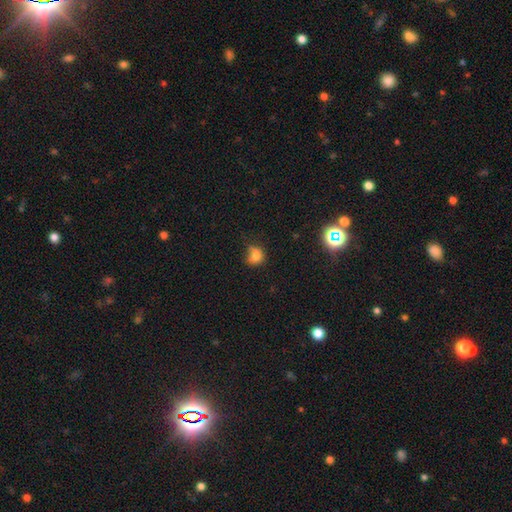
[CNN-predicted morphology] Smooth or featured: smooth — 77% (star or artifact — 14%)
How rounded: round — 75% (in between — 24%)
Merging: none — 50% (minor disturbance — 33%)